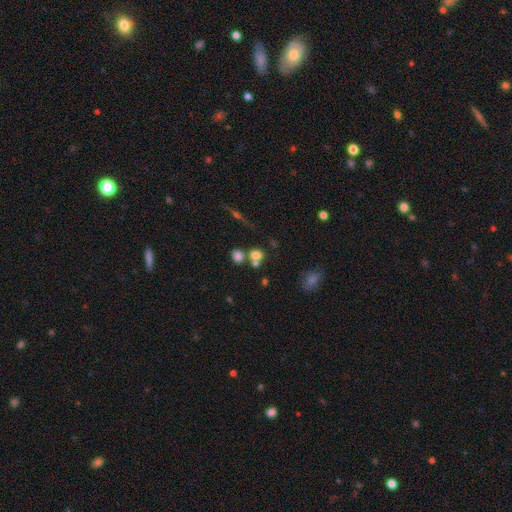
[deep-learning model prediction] Smooth or featured?
  - smooth: 72% *
  - star or artifact: 16%
  - featured or disk: 12%
How rounded?
  - round: 79% *
  - in between: 20%
  - cigar-shaped: 1%
Merging?
  - none: 49% *
  - merger: 39%
  - minor disturbance: 8%
  - major disturbance: 4%